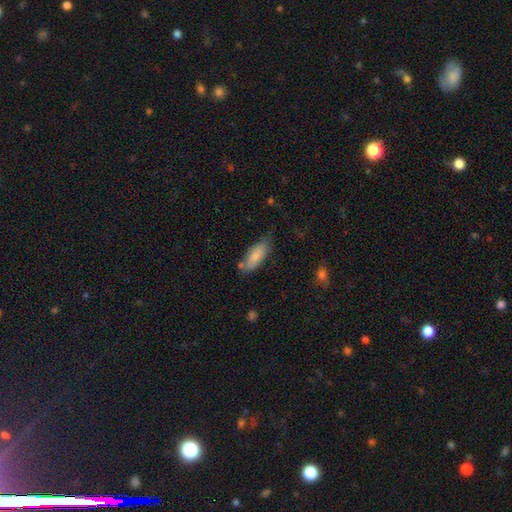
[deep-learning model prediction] smooth-or-featured: smooth: 80% | featured or disk: 13% | star or artifact: 6%
  how-rounded: in between: 75% | cigar-shaped: 24% | round: 2%
  merging: none: 61% | minor disturbance: 26% | merger: 7% | major disturbance: 6%